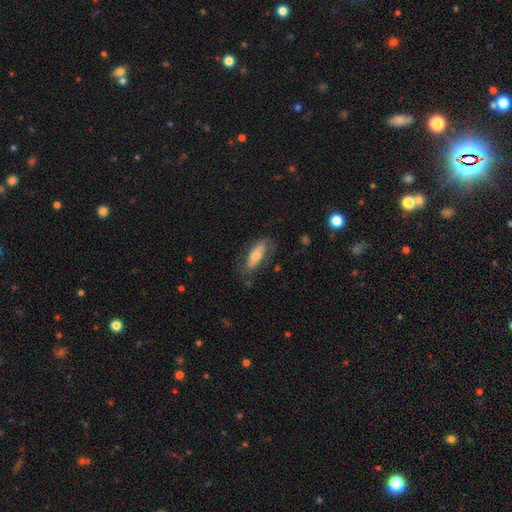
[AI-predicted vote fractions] A smooth galaxy with no disk features (59%) that is in between round and cigar-shaped (68%).

Vote fractions:
- Smooth or featured? smooth: 59% / featured or disk: 35% / star or artifact: 6%
- How rounded? in between: 68% / cigar-shaped: 30% / round: 2%
- Merging? none: 69% / minor disturbance: 20% / major disturbance: 8% / merger: 2%